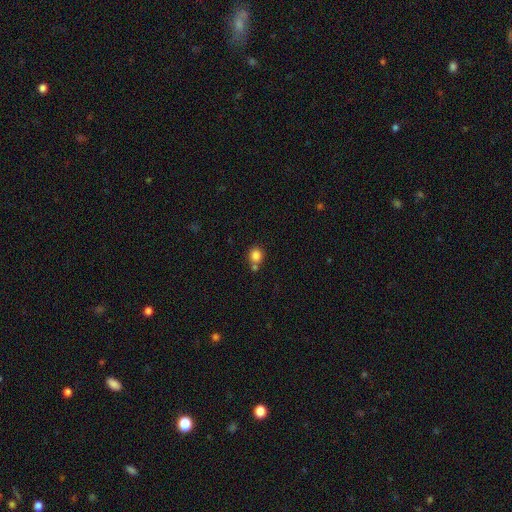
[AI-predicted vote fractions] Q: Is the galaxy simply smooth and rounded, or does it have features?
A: smooth — 84%.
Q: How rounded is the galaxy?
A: round — 84%.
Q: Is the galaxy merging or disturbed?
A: none — 63%.